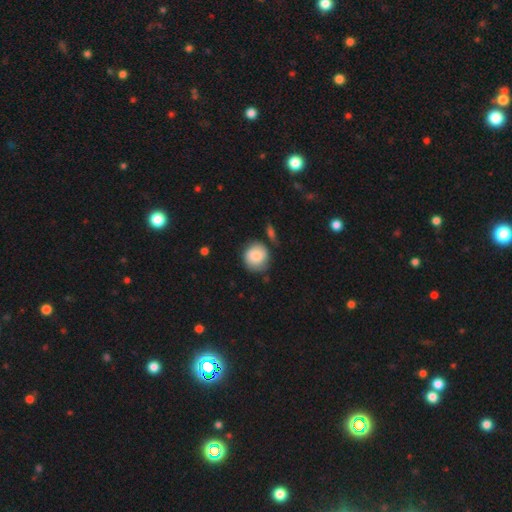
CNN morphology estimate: This appears to be a smooth galaxy with no disk features (81%) that is round (90%). Merging: none (70%).